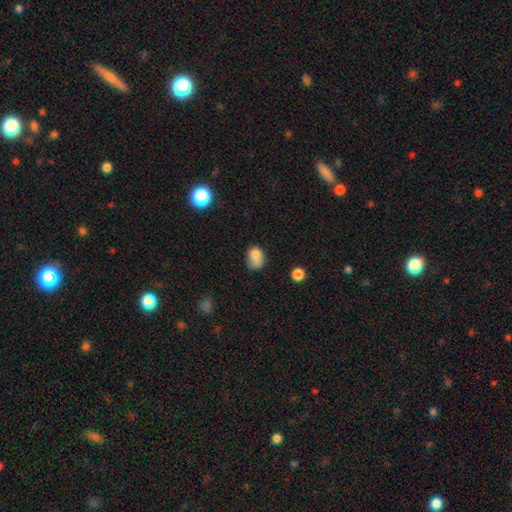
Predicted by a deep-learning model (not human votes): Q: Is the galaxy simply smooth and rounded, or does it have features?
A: smooth — 78%.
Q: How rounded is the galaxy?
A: in between — 57%.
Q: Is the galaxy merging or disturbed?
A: none — 38%.